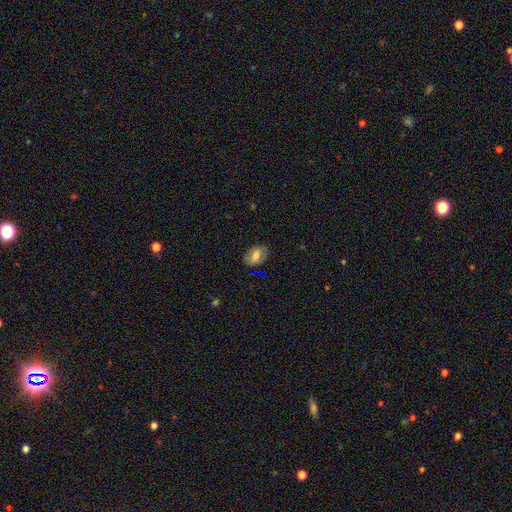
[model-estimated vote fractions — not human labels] This is likely a smooth galaxy (65%). How rounded: clearly in between (87%). Merging: likely none (79%).